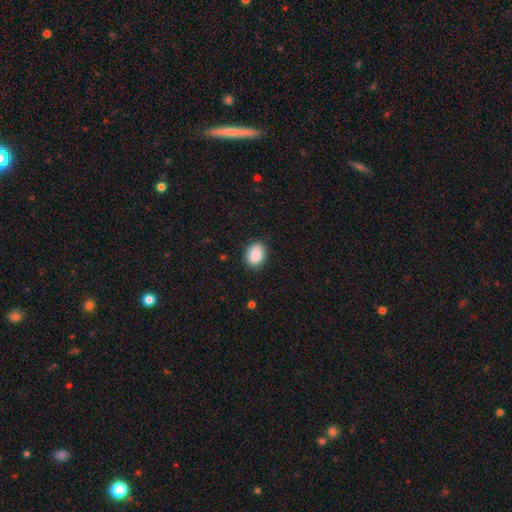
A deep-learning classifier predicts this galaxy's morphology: Smooth or featured? smooth (90%)
How rounded? in between (70%)
Merging? none (87%)